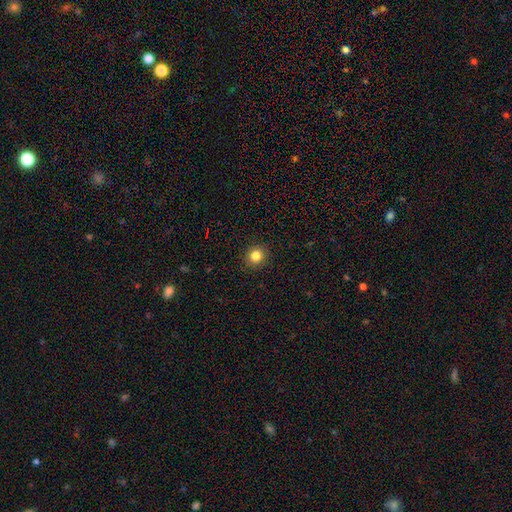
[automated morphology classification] Smooth or featured?
  - smooth: 83% *
  - star or artifact: 11%
  - featured or disk: 5%
How rounded?
  - round: 88% *
  - in between: 11%
  - cigar-shaped: 1%
Merging?
  - none: 92% *
  - minor disturbance: 5%
  - major disturbance: 2%
  - merger: 1%